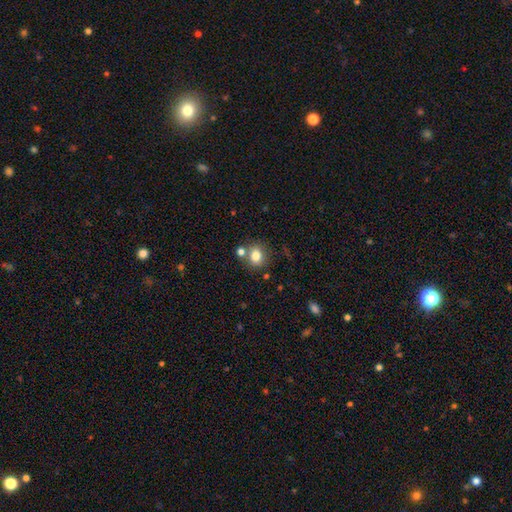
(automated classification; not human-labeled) This is likely a smooth galaxy (79%). How rounded: likely round (63%). Merging: likely none (68%).